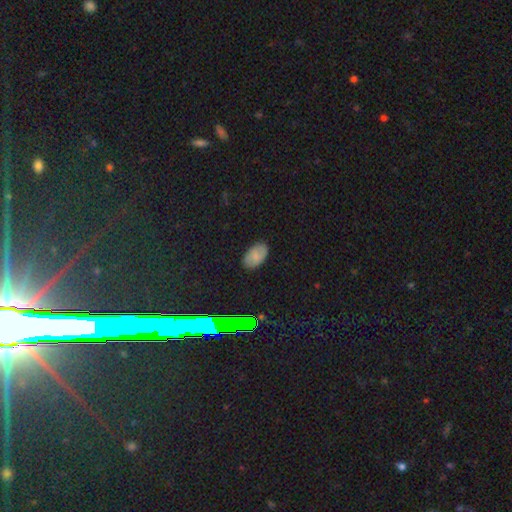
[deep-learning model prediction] A smooth galaxy with no disk features (68%) that is in between round and cigar-shaped (94%). Merging: none (84%).